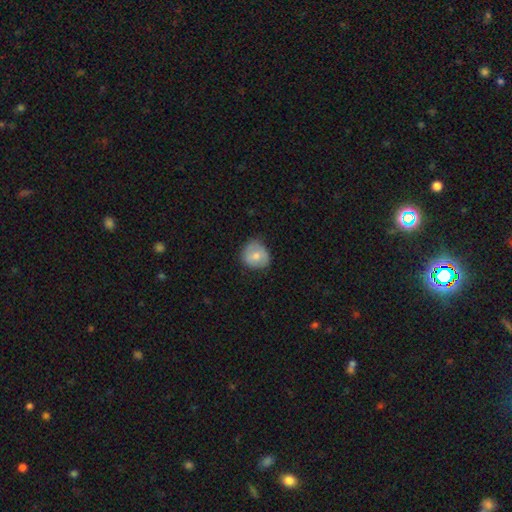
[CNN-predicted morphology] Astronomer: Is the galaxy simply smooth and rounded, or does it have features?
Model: smooth — 69%.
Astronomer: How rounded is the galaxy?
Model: round — 76%.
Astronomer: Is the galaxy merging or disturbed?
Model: none — 68%.